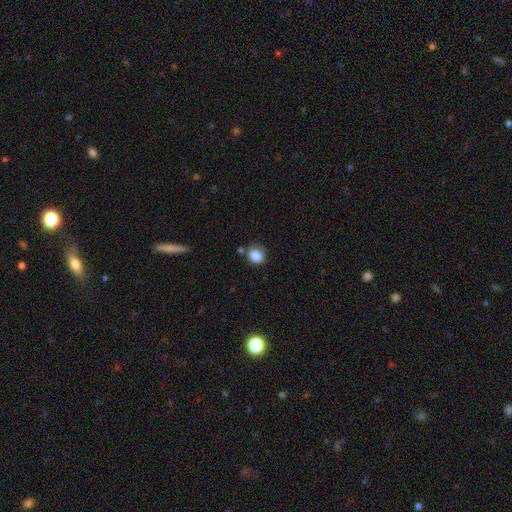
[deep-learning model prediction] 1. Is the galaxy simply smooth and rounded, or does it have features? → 86% smooth, 9% star or artifact, 4% featured or disk.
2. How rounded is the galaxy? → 76% round, 23% in between, 1% cigar-shaped.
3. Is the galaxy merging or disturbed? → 64% none, 22% minor disturbance, 8% merger, 6% major disturbance.